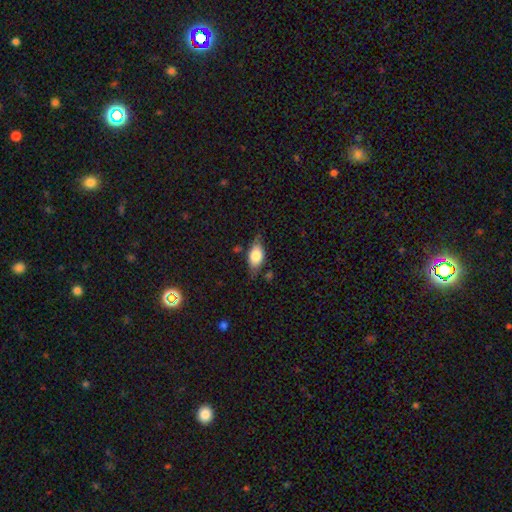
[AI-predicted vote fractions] Q: Smooth or featured?
A: smooth (72%); runner-up: featured or disk (21%)
Q: How rounded?
A: in between (86%); runner-up: cigar-shaped (8%)
Q: Merging?
A: none (67%); runner-up: minor disturbance (24%)